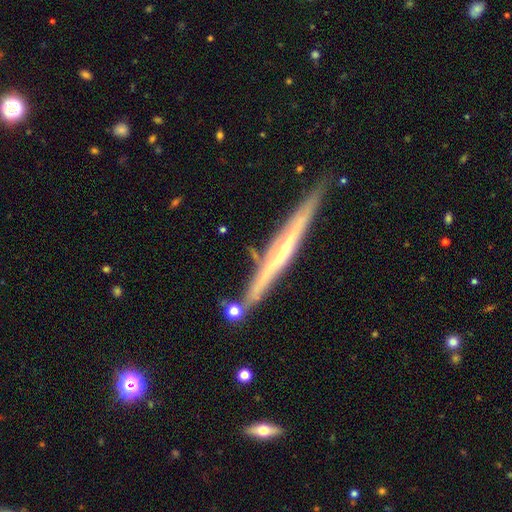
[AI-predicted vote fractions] A featured or disk galaxy (70%) viewed edge-on (96%) with no central bulge (63%).

Vote fractions:
- Smooth or featured? featured or disk: 70% / smooth: 23% / star or artifact: 6%
- Edge-on disk? yes: 96% / no: 4%
- Edge-on bulge? none: 63% / rounded: 26% / boxy: 11%
- Merging? none: 80% / minor disturbance: 12% / merger: 5% / major disturbance: 3%